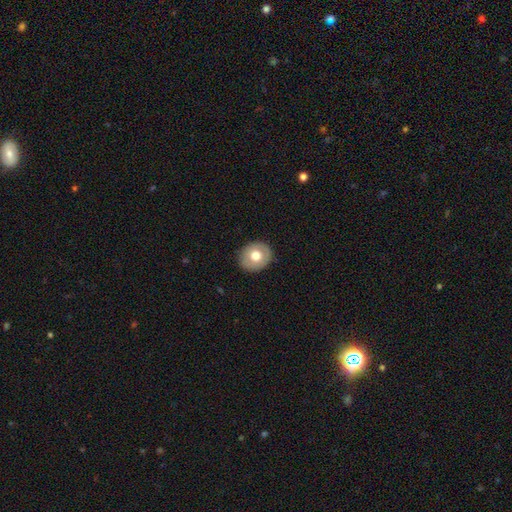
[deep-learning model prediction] Morphology: type=smooth (66%); roundness=round (71%); merging=none (89%).